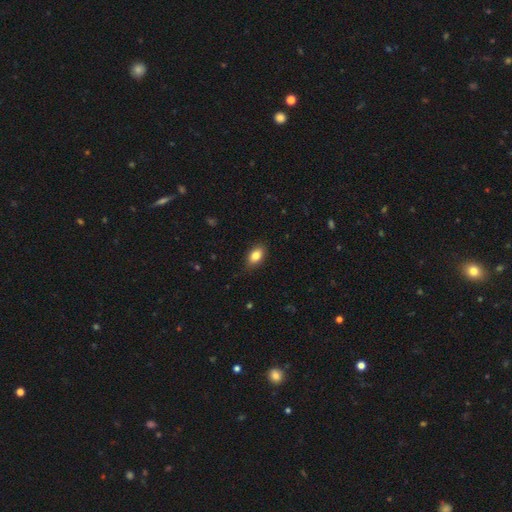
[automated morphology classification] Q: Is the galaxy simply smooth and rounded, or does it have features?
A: smooth — 84%.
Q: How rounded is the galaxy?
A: in between — 87%.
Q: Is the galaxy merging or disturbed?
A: none — 82%.